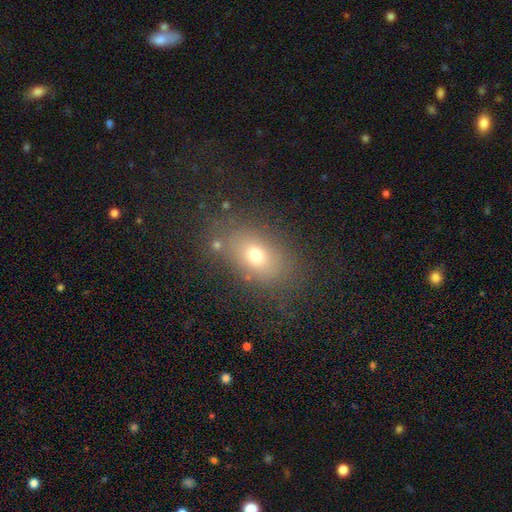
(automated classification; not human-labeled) This is likely a smooth galaxy (70%). How rounded: clearly in between (80%). Merging: likely none (77%).